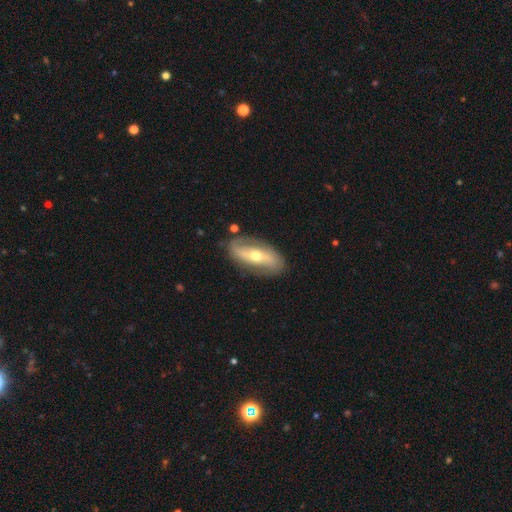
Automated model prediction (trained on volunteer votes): featured or disk 72%, smooth 22%, star or artifact 6%. Down the decision tree: edge-on disk — no (86%); bar — strong (39%); spiral arms — yes (75%); bulge size — moderate (64%); merging — none (79%).